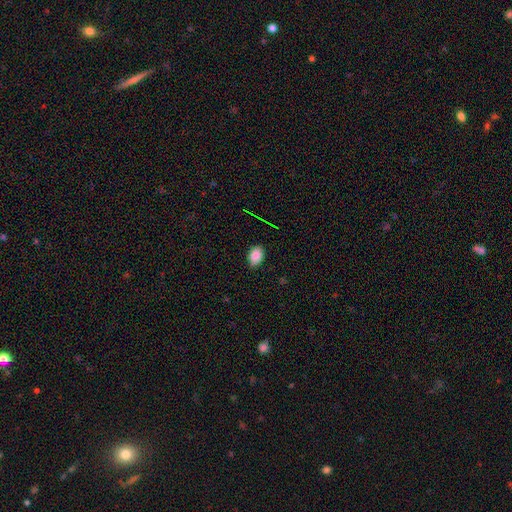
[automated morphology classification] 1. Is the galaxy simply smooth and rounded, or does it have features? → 85% smooth, 9% star or artifact, 6% featured or disk.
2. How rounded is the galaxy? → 85% in between, 14% round, 1% cigar-shaped.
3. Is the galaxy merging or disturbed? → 80% none, 17% minor disturbance, 3% major disturbance, 1% merger.